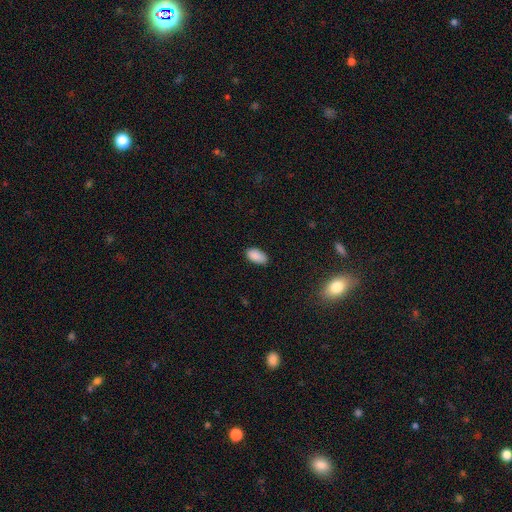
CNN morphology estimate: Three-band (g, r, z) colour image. It shows a smooth galaxy with no disk features (89%) that is in between round and cigar-shaped (94%). Merging: none (82%).